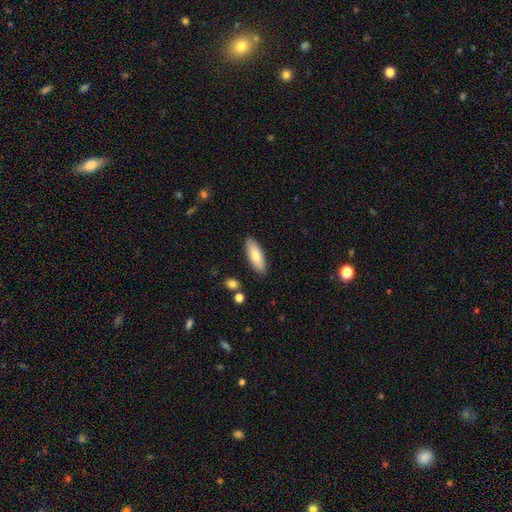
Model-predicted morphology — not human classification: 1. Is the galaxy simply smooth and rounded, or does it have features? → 78% smooth, 16% featured or disk, 6% star or artifact.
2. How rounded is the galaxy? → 65% in between, 33% cigar-shaped, 2% round.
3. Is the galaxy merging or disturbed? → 87% none, 9% minor disturbance, 2% major disturbance, 2% merger.